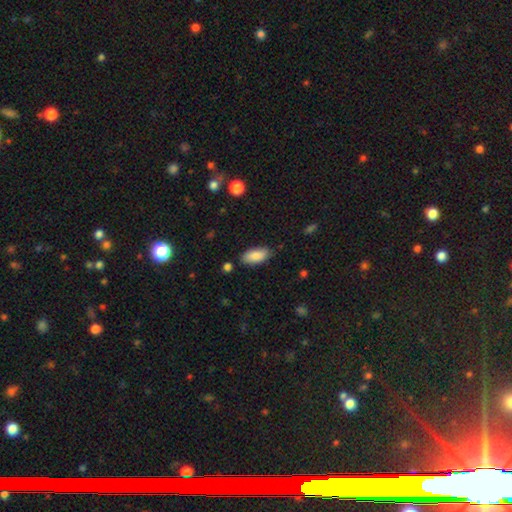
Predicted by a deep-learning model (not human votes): Morphology: type=smooth (87%); roundness=in between (89%); merging=none (82%).